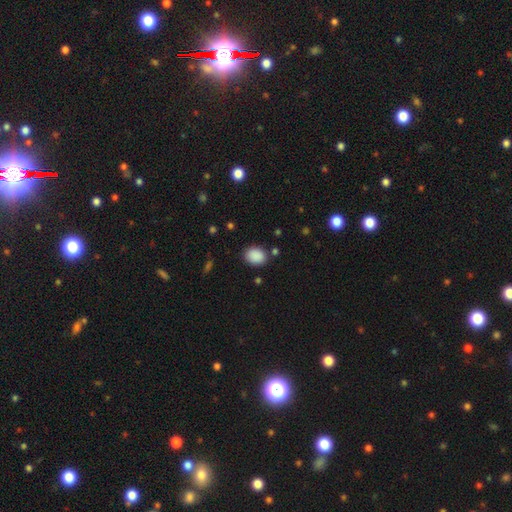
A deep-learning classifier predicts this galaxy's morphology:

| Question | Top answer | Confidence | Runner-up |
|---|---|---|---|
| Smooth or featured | smooth | 89% | star or artifact (8%) |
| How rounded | in between | 59% | round (40%) |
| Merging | none | 84% | minor disturbance (11%) |